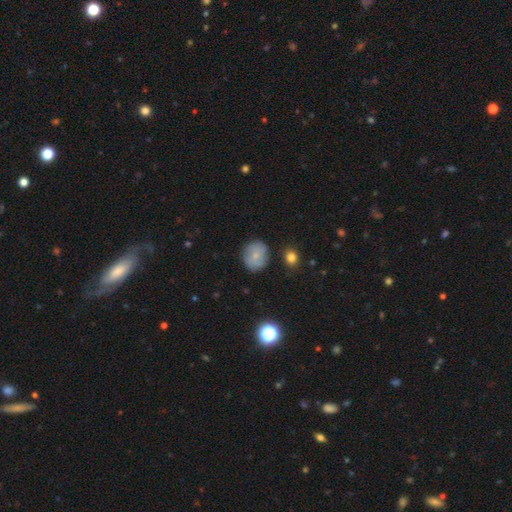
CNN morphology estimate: Smooth or featured? Predicted: smooth (p=0.67). How rounded? Predicted: round (p=0.80). Merging? Predicted: none (p=0.76).